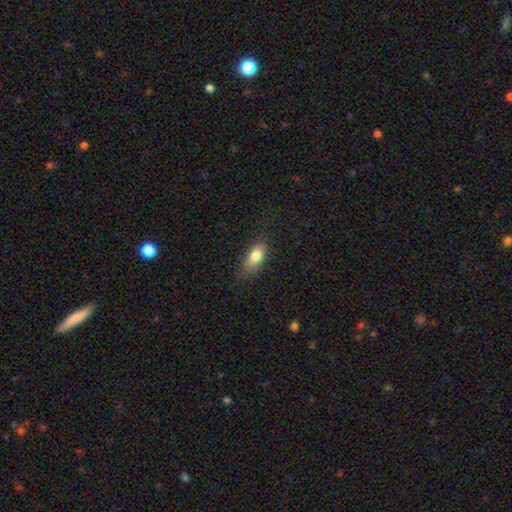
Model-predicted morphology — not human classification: The model was most divided on "merging": none: 67%, minor disturbance: 25%, major disturbance: 7%, merger: 1%. More confident: how rounded — in between (84%); smooth or featured — smooth (80%).